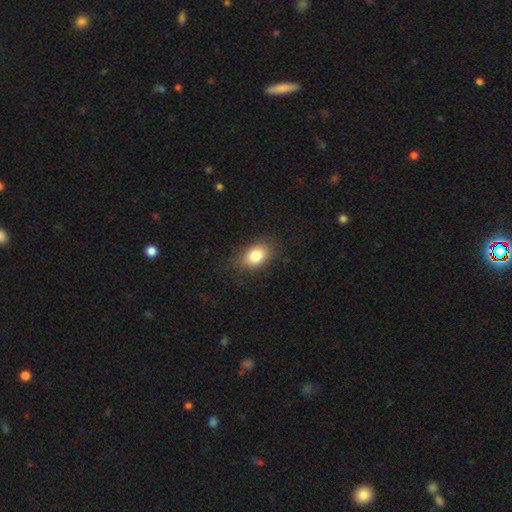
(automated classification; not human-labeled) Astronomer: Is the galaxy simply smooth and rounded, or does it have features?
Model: smooth — 83%.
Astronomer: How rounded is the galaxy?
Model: in between — 80%.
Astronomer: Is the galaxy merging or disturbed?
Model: none — 80%.